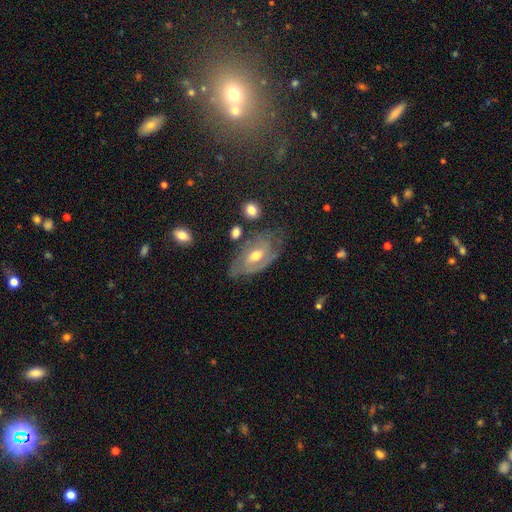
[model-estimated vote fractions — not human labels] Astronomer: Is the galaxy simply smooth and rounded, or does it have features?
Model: featured or disk — 68%.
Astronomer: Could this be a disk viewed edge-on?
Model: no — 90%.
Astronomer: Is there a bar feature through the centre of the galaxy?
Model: no — 47% (runner-up: weak, 42%).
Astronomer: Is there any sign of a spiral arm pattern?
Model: yes — 74%.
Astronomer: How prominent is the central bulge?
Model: moderate — 70%.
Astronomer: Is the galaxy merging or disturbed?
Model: none — 55%.